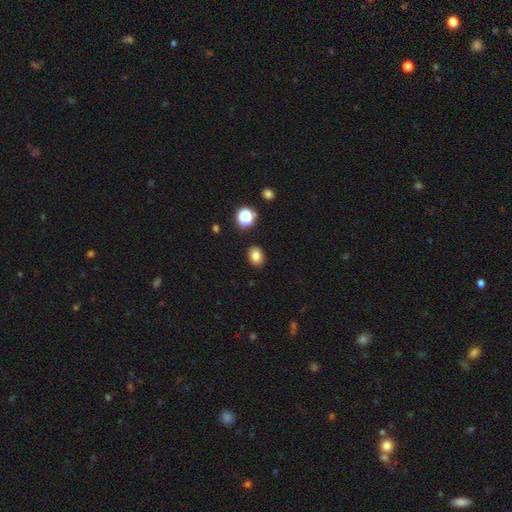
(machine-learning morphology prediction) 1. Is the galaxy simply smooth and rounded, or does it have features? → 81% smooth, 13% star or artifact, 6% featured or disk.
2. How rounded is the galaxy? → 55% in between, 45% round, 1% cigar-shaped.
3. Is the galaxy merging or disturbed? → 89% none, 7% minor disturbance, 2% major disturbance, 2% merger.